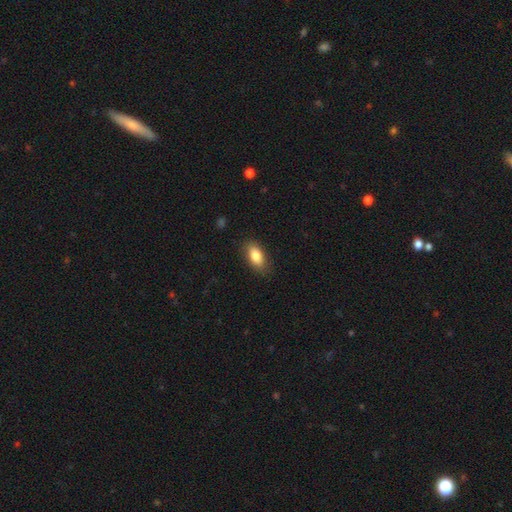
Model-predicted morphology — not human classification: smooth 83%, featured or disk 10%, star or artifact 7%. Down the decision tree: how rounded — in between (89%); merging — none (84%).